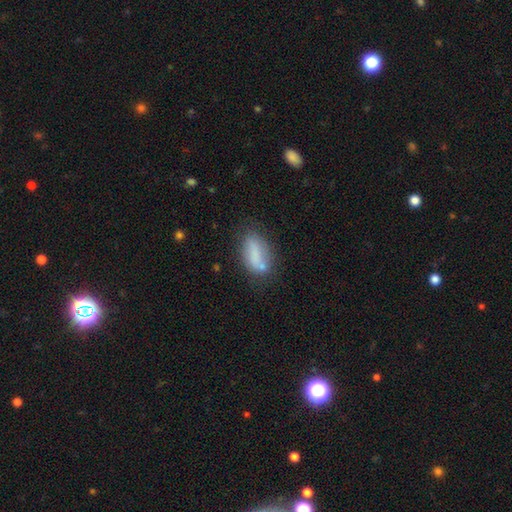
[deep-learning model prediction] smooth_or_featured: smooth (p=0.73) [alt: featured or disk p=0.18]
how_rounded: in between (p=0.78) [alt: cigar-shaped p=0.17]
merging: none (p=0.56) [alt: minor disturbance p=0.22]